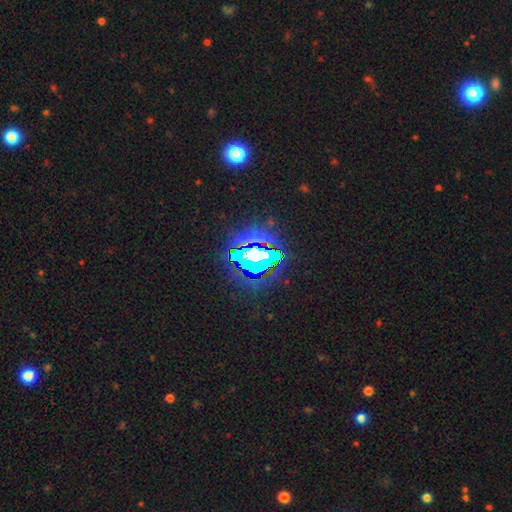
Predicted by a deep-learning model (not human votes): This appears to be a star or artifact, not a galaxy (64%).